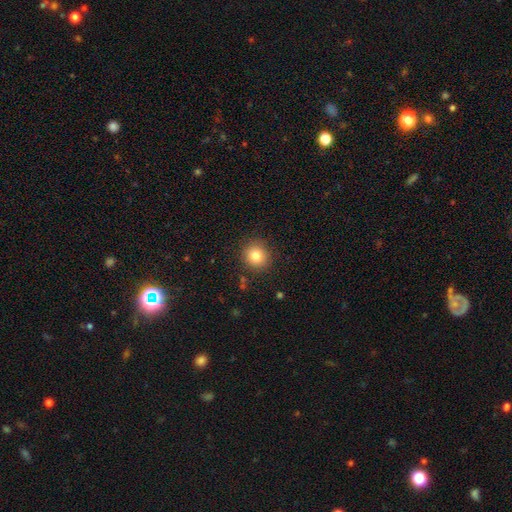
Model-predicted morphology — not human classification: Smooth or featured? smooth (81%)
How rounded? round (90%)
Merging? none (89%)